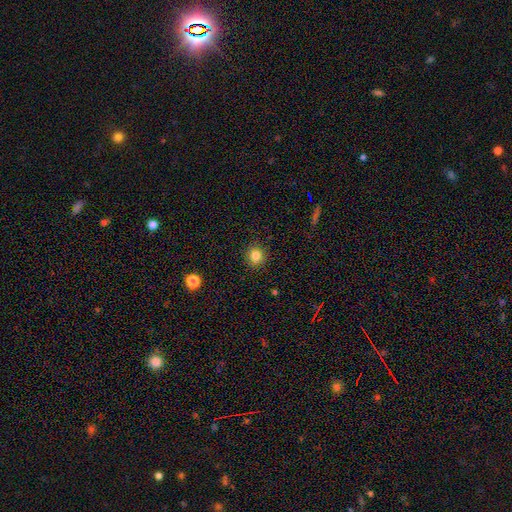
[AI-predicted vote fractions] Smooth or featured?
  - smooth: 83% *
  - star or artifact: 12%
  - featured or disk: 6%
How rounded?
  - round: 86% *
  - in between: 13%
  - cigar-shaped: 1%
Merging?
  - none: 89% *
  - minor disturbance: 7%
  - major disturbance: 2%
  - merger: 1%